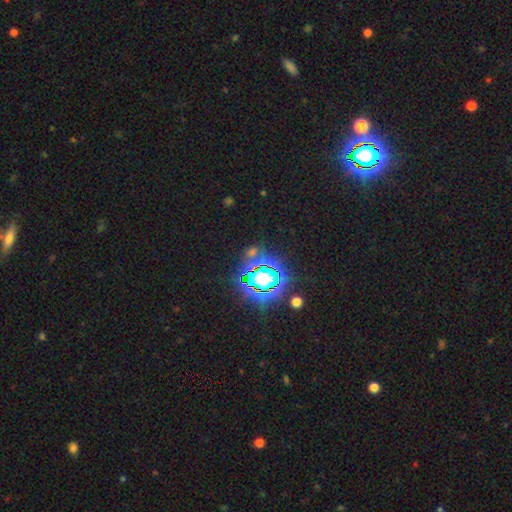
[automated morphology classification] Smooth or featured? star or artifact (78%)